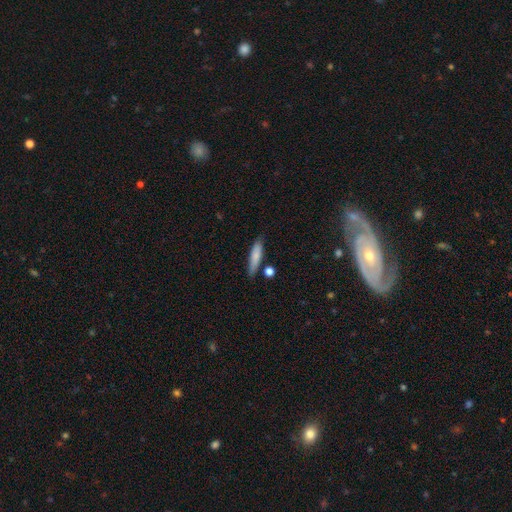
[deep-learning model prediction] Morphology: type=smooth (77%); roundness=cigar-shaped (75%); merging=none (75%).